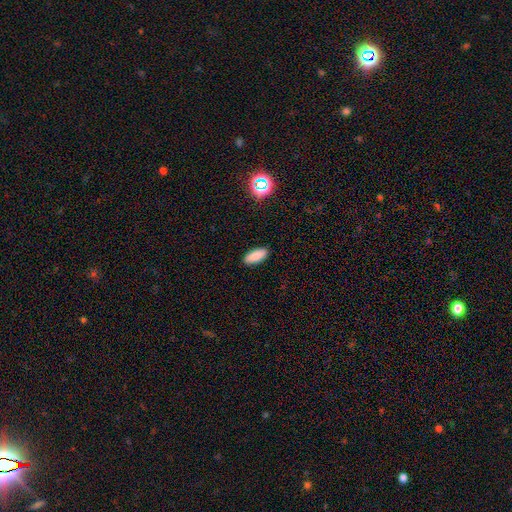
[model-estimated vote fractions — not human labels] Smooth or featured: smooth — 87% (star or artifact — 8%)
How rounded: in between — 84% (cigar-shaped — 14%)
Merging: none — 90% (minor disturbance — 7%)